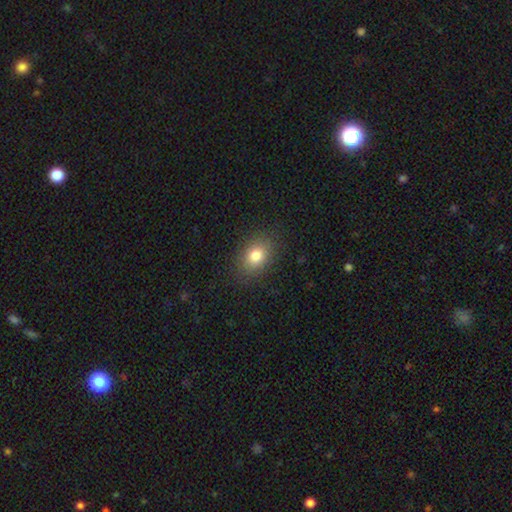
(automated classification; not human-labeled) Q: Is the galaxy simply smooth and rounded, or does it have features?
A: smooth — 81%.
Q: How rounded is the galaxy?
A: in between — 67%.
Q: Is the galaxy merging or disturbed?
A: none — 86%.